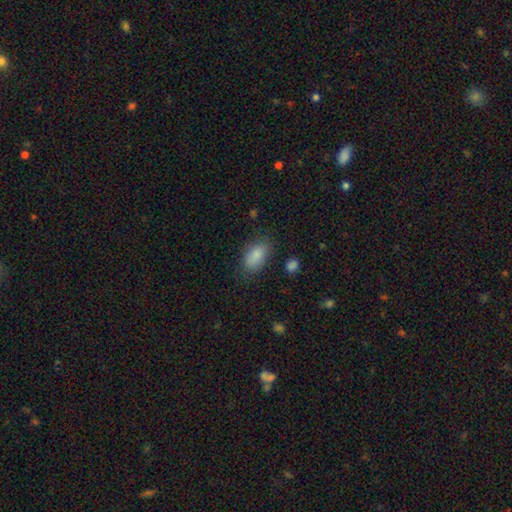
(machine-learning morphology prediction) A smooth galaxy with no disk features (86%) that is in between round and cigar-shaped (90%).

Vote fractions:
- Smooth or featured? smooth: 86% / star or artifact: 8% / featured or disk: 6%
- How rounded? in between: 90% / round: 7% / cigar-shaped: 3%
- Merging? none: 75% / minor disturbance: 17% / major disturbance: 5% / merger: 2%